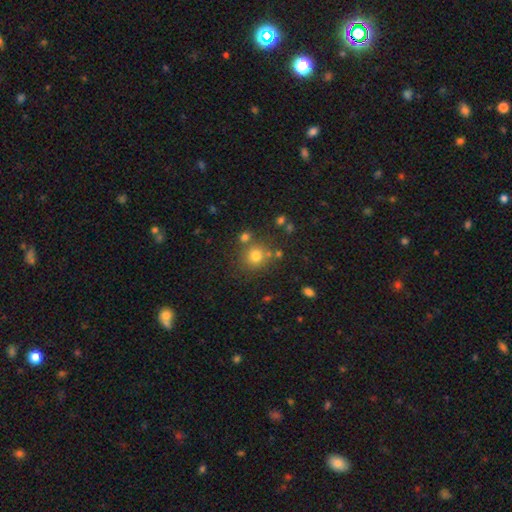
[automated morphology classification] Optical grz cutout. It shows a smooth galaxy with no disk features (75%) that is round (87%). Merging: none (72%).